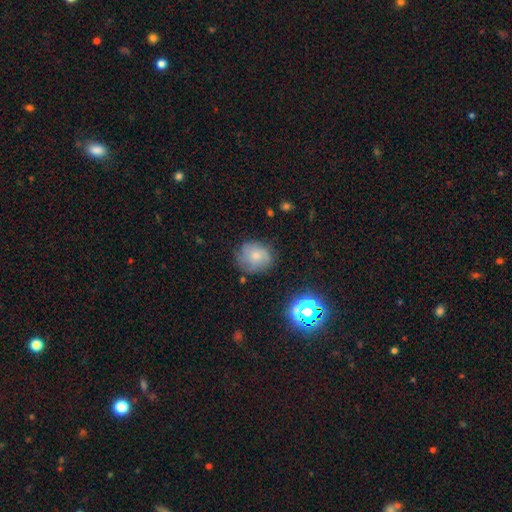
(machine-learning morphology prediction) Smooth or featured? smooth (65%)
How rounded? round (70%)
Merging? none (67%)